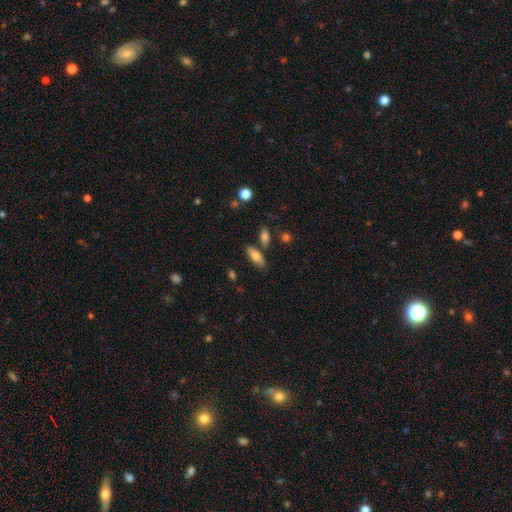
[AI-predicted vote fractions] The model was most divided on "how rounded": in between: 73%, cigar-shaped: 24%, round: 3%. More confident: merging — none (77%); smooth or featured — smooth (75%).